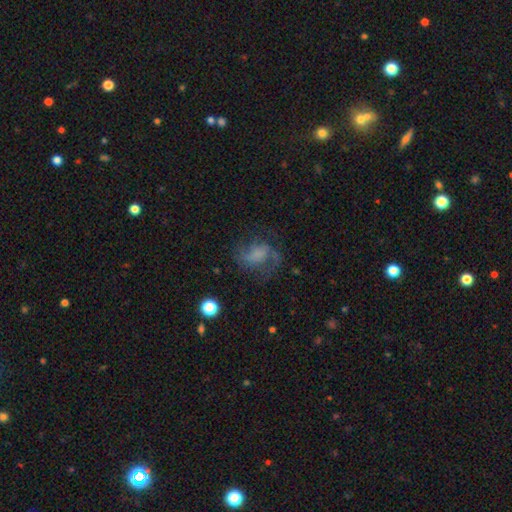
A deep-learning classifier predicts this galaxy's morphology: Smooth or featured: featured or disk — 63% (smooth — 24%)
Edge-on disk: no — 97% (yes — 3%)
Bar: no — 56% (weak — 34%)
Spiral arms: yes — 86% (no — 14%)
Spiral winding: medium — 44% (loose — 42%)
Spiral arm count: 2 — 70% (can't tell — 11%)
Bulge size: none — 52% (moderate — 15%)
Merging: none — 56% (major disturbance — 23%)